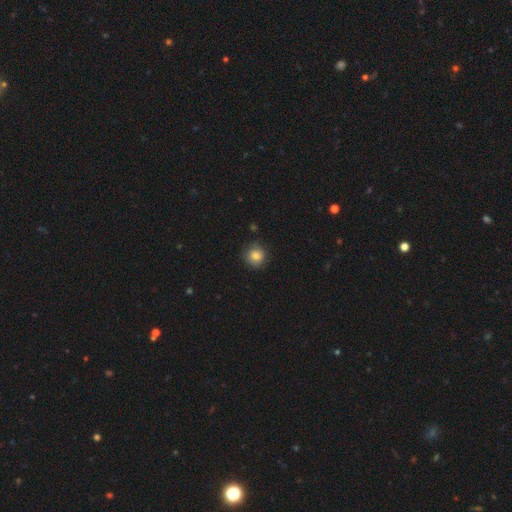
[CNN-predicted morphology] Smooth or featured? Predicted: smooth (p=0.83). How rounded? Predicted: round (p=0.89). Merging? Predicted: none (p=0.79).